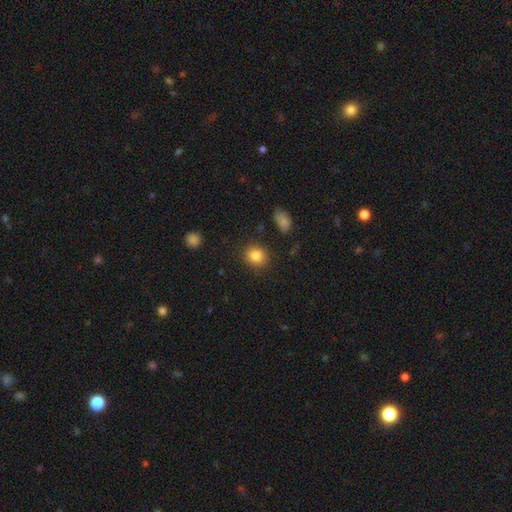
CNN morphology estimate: smooth 85%, star or artifact 10%, featured or disk 6%. Down the decision tree: how rounded — round (73%); merging — none (85%).